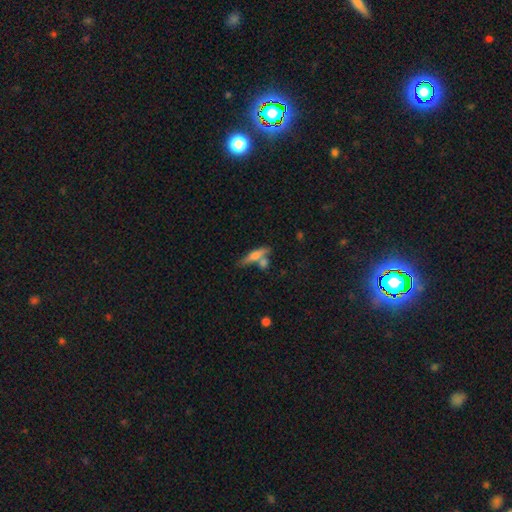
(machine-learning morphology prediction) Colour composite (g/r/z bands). It shows a smooth galaxy with no disk features (55%) that is cigar-shaped (73%). Merging: none (53%).